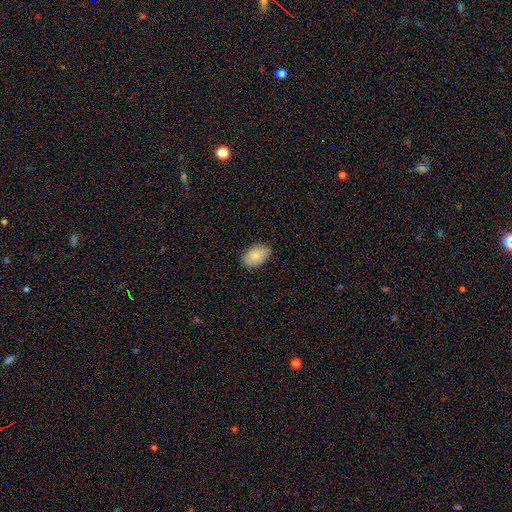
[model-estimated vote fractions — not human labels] Morphology: type=smooth (80%); roundness=in between (89%); merging=none (77%).